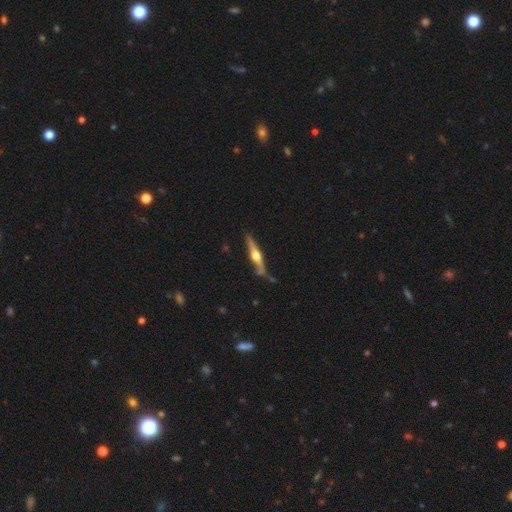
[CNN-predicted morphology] This appears to be a featured or disk galaxy (72%) viewed edge-on (97%) with a rounded central bulge (95%). Merging: none (75%).